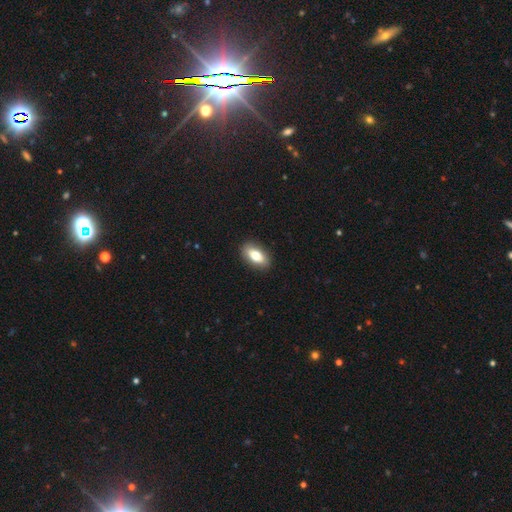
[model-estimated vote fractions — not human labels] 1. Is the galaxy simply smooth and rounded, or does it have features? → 74% smooth, 19% featured or disk, 7% star or artifact.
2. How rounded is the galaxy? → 89% in between, 6% cigar-shaped, 5% round.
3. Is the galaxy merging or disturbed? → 89% none, 8% minor disturbance, 2% major disturbance, 1% merger.